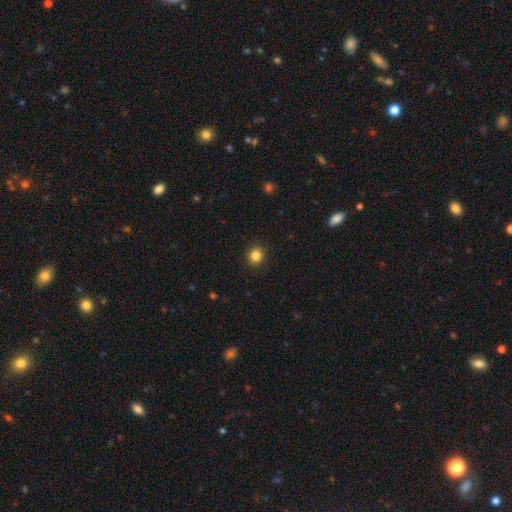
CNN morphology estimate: The model was most divided on "how rounded": round: 82%, in between: 17%, cigar-shaped: 1%. More confident: merging — none (91%); smooth or featured — smooth (85%).